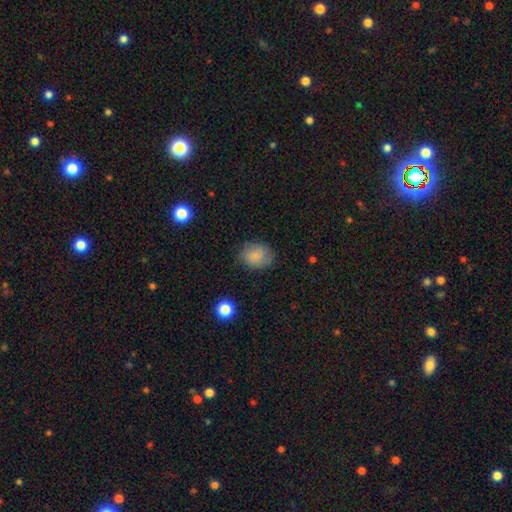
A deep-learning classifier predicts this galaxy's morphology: type=smooth (80%); roundness=round (51%); merging=none (77%).